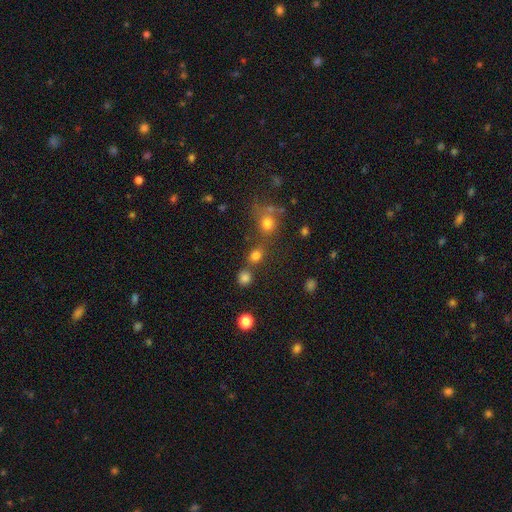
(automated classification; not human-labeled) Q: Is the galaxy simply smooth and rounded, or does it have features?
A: smooth — 77%.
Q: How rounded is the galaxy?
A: round — 77%.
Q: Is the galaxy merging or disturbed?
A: none — 68%.